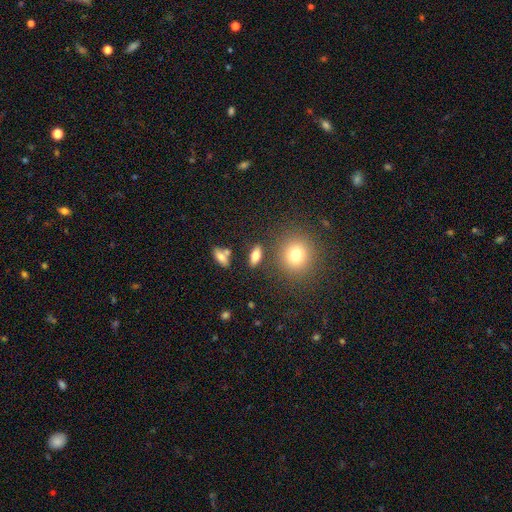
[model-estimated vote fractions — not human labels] Smooth or featured: smooth — 71% (featured or disk — 18%)
How rounded: in between — 69% (cigar-shaped — 21%)
Merging: none — 79% (minor disturbance — 10%)